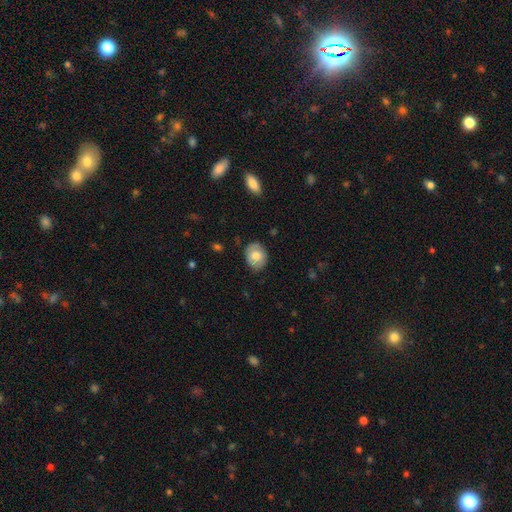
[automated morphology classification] This appears to be a smooth galaxy with no disk features (73%) that is in between round and cigar-shaped (55%). Merging: none (82%).